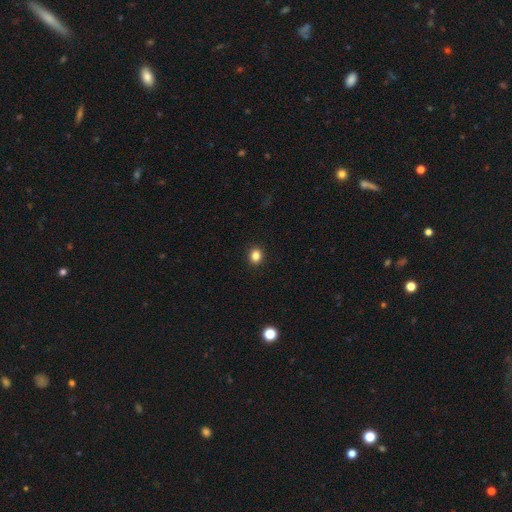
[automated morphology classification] A smooth galaxy with no disk features (85%) that is round (66%).

Vote fractions:
- Smooth or featured? smooth: 85% / star or artifact: 11% / featured or disk: 4%
- How rounded? round: 66% / in between: 33% / cigar-shaped: 1%
- Merging? none: 92% / minor disturbance: 5% / major disturbance: 2% / merger: 1%